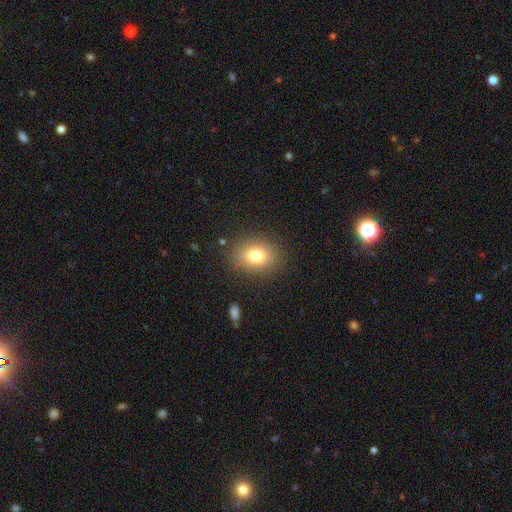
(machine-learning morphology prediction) type=smooth (79%); roundness=in between (51%); merging=none (85%).